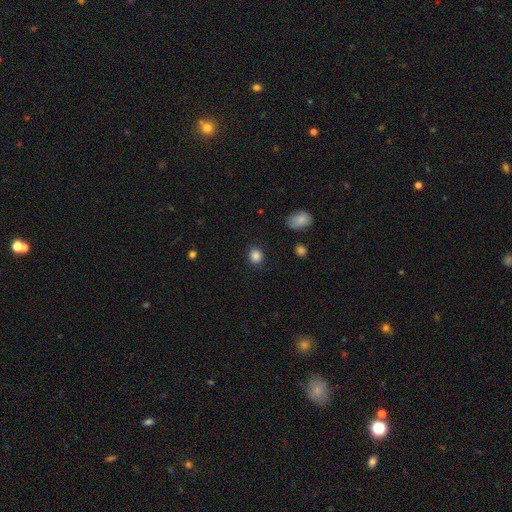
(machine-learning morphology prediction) Smooth or featured?
  - smooth: 86% *
  - star or artifact: 10%
  - featured or disk: 4%
How rounded?
  - round: 69% *
  - in between: 30%
  - cigar-shaped: 1%
Merging?
  - none: 87% *
  - minor disturbance: 9%
  - major disturbance: 3%
  - merger: 1%